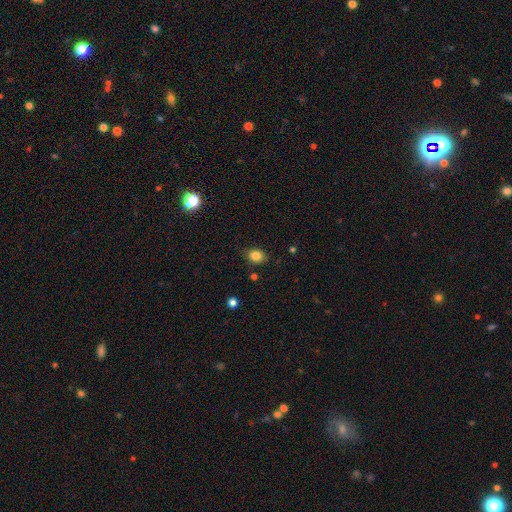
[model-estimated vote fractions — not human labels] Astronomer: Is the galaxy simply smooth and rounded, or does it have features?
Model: smooth — 83%.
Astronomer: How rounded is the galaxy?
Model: in between — 61% (runner-up: round, 38%).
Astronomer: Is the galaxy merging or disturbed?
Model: none — 80%.